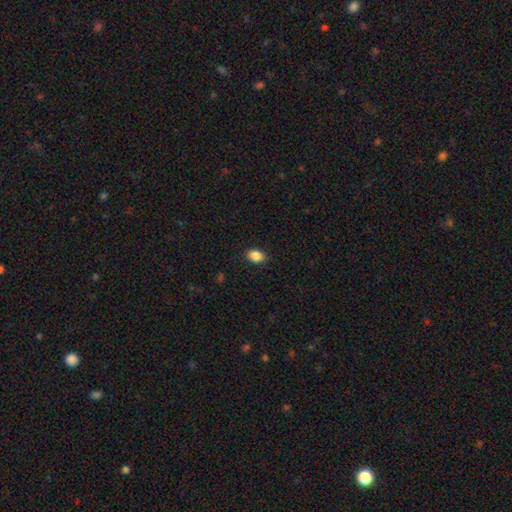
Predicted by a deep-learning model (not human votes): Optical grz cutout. It shows a smooth galaxy with no disk features (88%) that is in between round and cigar-shaped (77%). Merging: none (88%).